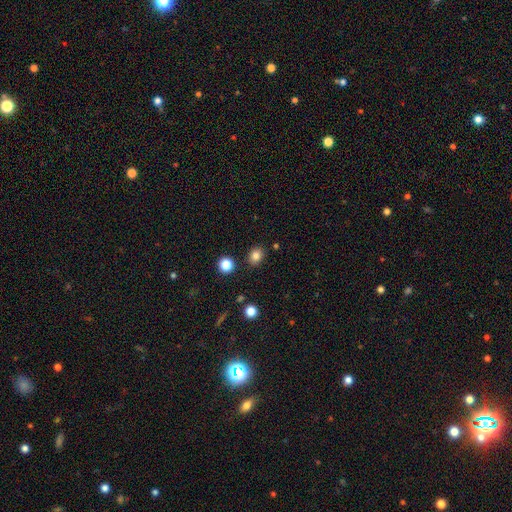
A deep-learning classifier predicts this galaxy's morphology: This is clearly a smooth galaxy (83%). How rounded: possibly round (54%). Merging: clearly none (86%).